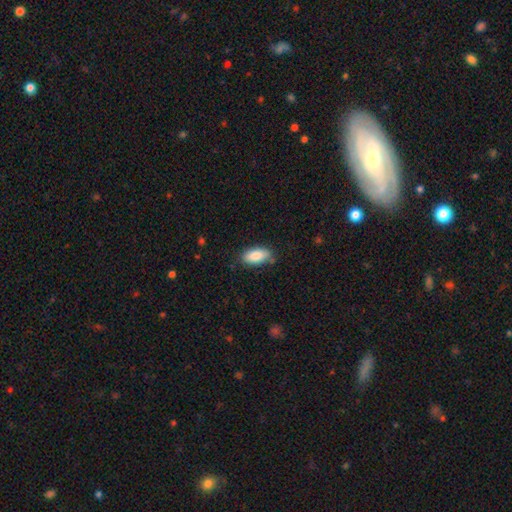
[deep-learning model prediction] smooth 86%, featured or disk 7%, star or artifact 7%. Down the decision tree: how rounded — in between (90%); merging — none (79%).